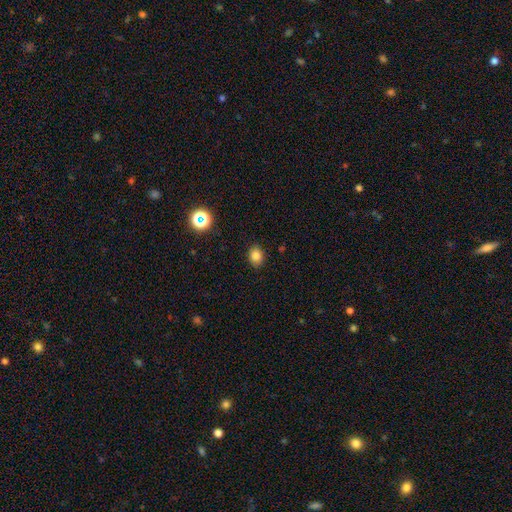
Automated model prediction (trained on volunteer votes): This appears to be a smooth galaxy with no disk features (82%) that is in between round and cigar-shaped (51%). Merging: none (87%).